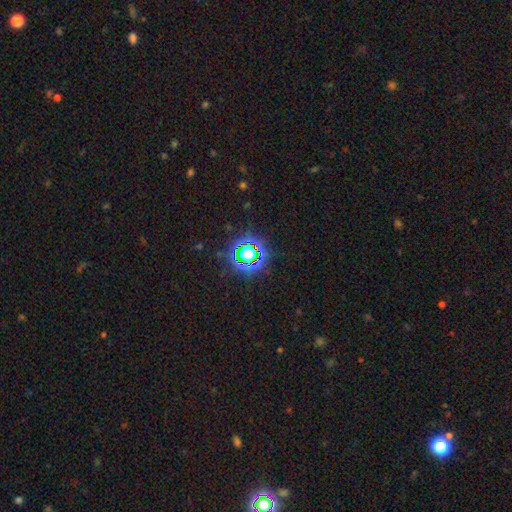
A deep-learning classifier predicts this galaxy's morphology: smooth-or-featured: star or artifact: 72% | smooth: 19% | featured or disk: 9%